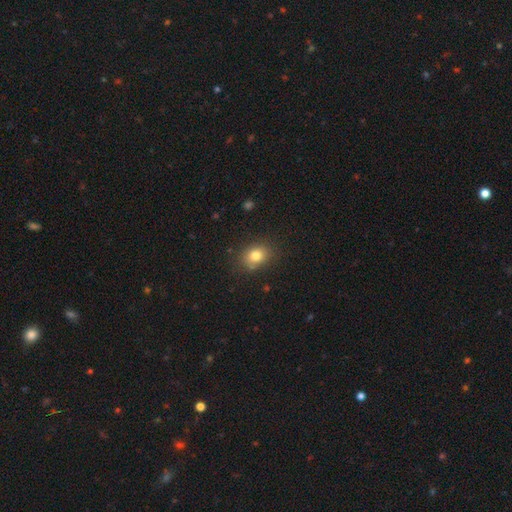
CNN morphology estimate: smooth 80%, star or artifact 11%, featured or disk 9%. Down the decision tree: how rounded — in between (53%); merging — none (80%).